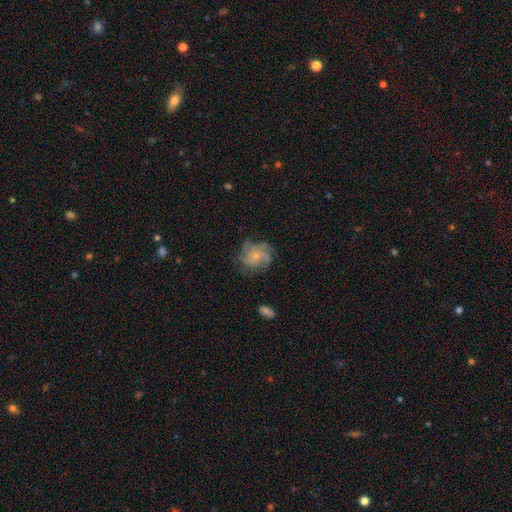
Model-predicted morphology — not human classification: Smooth or featured?
  - featured or disk: 74% *
  - smooth: 18%
  - star or artifact: 8%
Edge-on disk?
  - no: 98% *
  - yes: 2%
Bar?
  - no: 79% *
  - weak: 19%
  - strong: 2%
Spiral arms?
  - yes: 93% *
  - no: 7%
Spiral winding?
  - tight: 47% *
  - medium: 39%
  - loose: 14%
Spiral arm count?
  - 3: 28% *
  - can't tell: 26%
  - 4: 22%
  - 2: 11%
  - more than 4: 7%
  - 1: 6%
Bulge size?
  - small: 72% *
  - moderate: 23%
  - none: 3%
  - large: 1%
  - dominant: 1%
Merging?
  - none: 66% *
  - minor disturbance: 21%
  - major disturbance: 11%
  - merger: 1%